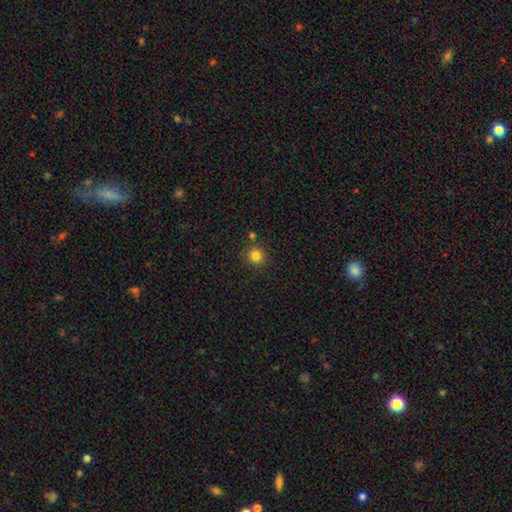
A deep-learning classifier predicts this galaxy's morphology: Smooth or featured?
  - smooth: 81% *
  - star or artifact: 13%
  - featured or disk: 5%
How rounded?
  - round: 93% *
  - in between: 6%
  - cigar-shaped: 1%
Merging?
  - none: 84% *
  - minor disturbance: 7%
  - merger: 6%
  - major disturbance: 2%